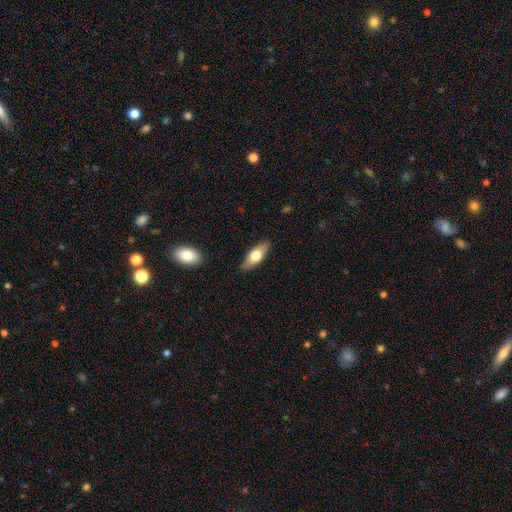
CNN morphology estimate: Q: Smooth or featured?
A: smooth (65%); runner-up: featured or disk (29%)
Q: How rounded?
A: in between (74%); runner-up: cigar-shaped (23%)
Q: Merging?
A: none (86%); runner-up: minor disturbance (11%)